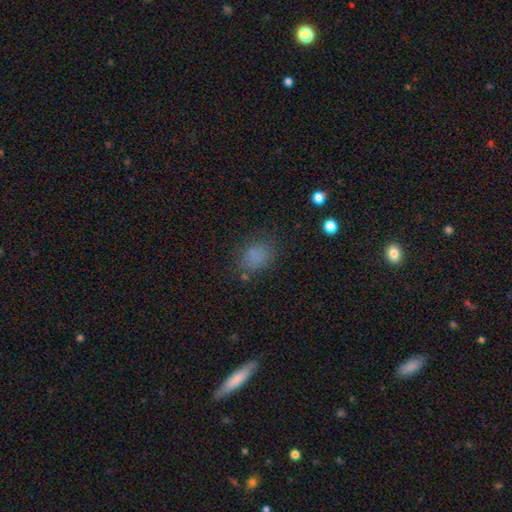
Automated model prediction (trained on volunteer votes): Smooth or featured: smooth — 78% (star or artifact — 16%)
How rounded: in between — 56% (round — 43%)
Merging: none — 75% (minor disturbance — 16%)